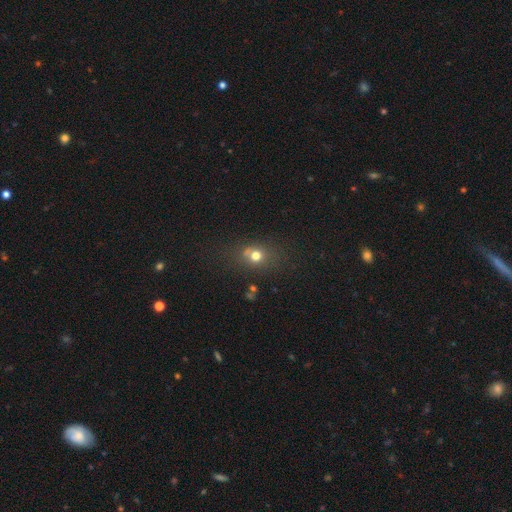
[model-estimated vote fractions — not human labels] Overall: smooth (69%). How rounded: round (70%). Merging: none (63%).